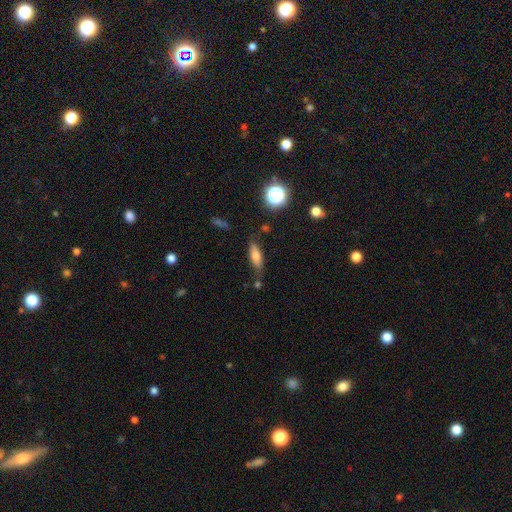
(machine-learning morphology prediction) Smooth or featured? Predicted: smooth (p=0.67). How rounded? Predicted: in between (p=0.60). Merging? Predicted: none (p=0.72).